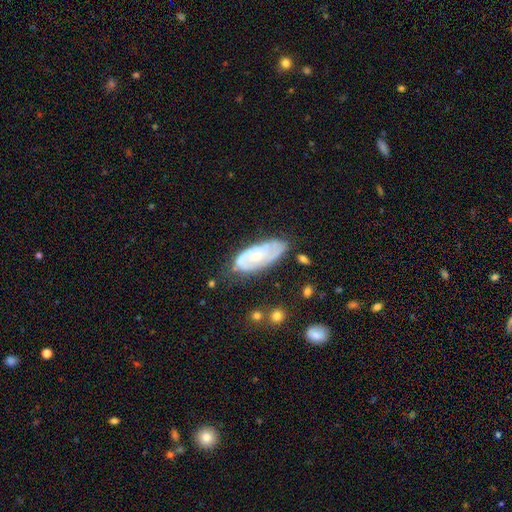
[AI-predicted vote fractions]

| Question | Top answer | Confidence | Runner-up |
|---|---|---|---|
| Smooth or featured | featured or disk | 70% | smooth (24%) |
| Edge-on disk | no | 91% | yes (9%) |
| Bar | no | 72% | weak (23%) |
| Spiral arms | yes | 81% | no (19%) |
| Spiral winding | tight | 57% | medium (32%) |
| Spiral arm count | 2 | 41% | can't tell (38%) |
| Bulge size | small | 60% | moderate (33%) |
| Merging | none | 70% | minor disturbance (21%) |